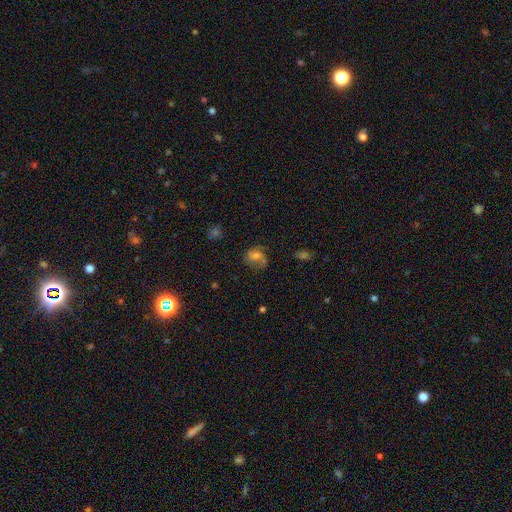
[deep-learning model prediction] A featured or disk galaxy (45%).

Vote fractions:
- Smooth or featured? featured or disk: 45% / smooth: 42% / star or artifact: 14%
- Merging? none: 56% / minor disturbance: 23% / major disturbance: 19% / merger: 3%